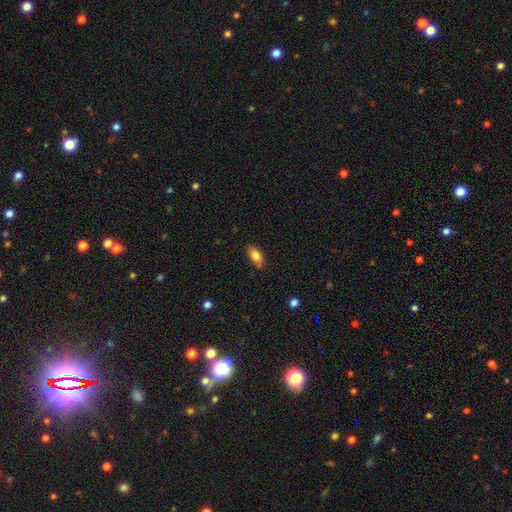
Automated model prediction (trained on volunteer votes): A smooth galaxy with no disk features (83%) that is in between round and cigar-shaped (89%).

Vote fractions:
- Smooth or featured? smooth: 83% / featured or disk: 9% / star or artifact: 8%
- How rounded? in between: 89% / round: 6% / cigar-shaped: 5%
- Merging? none: 71% / minor disturbance: 22% / major disturbance: 4% / merger: 3%